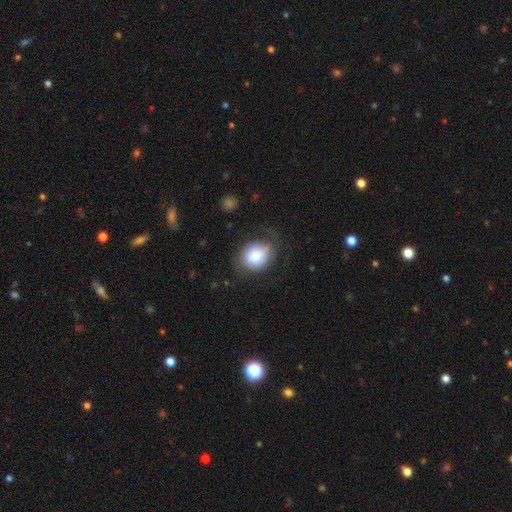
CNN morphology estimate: A smooth galaxy with no disk features (78%) that is round (60%).

Vote fractions:
- Smooth or featured? smooth: 78% / featured or disk: 14% / star or artifact: 8%
- How rounded? round: 60% / in between: 39% / cigar-shaped: 1%
- Merging? none: 66% / minor disturbance: 23% / major disturbance: 9% / merger: 2%